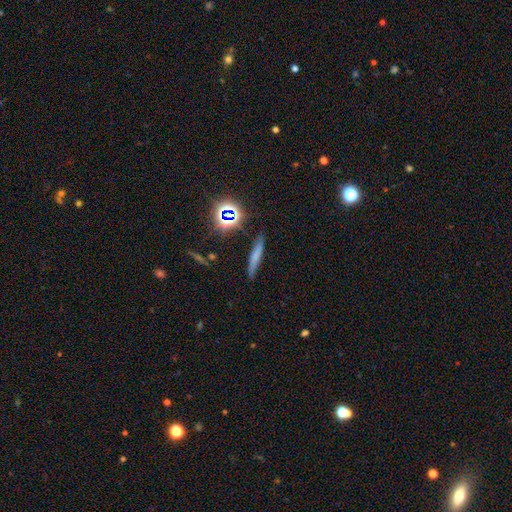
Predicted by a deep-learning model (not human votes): smooth-or-featured: smooth: 60% | featured or disk: 22% | star or artifact: 18%
  how-rounded: cigar-shaped: 89% | in between: 7% | round: 4%
  merging: none: 82% | minor disturbance: 12% | major disturbance: 3% | merger: 3%